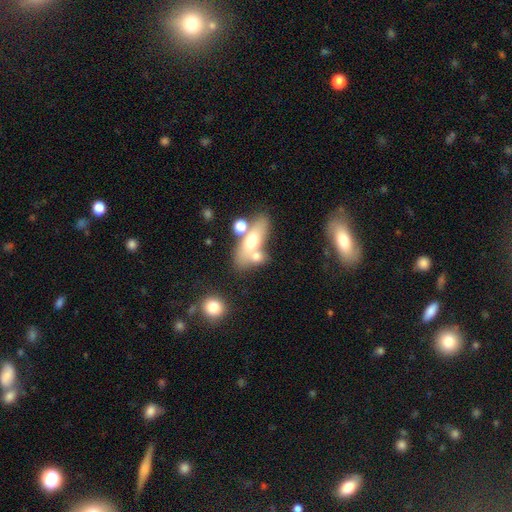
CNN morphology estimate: smooth_or_featured: smooth (p=0.60) [alt: featured or disk p=0.31]
how_rounded: in between (p=0.68) [alt: cigar-shaped p=0.20]
merging: merger (p=0.42) [alt: none p=0.39]